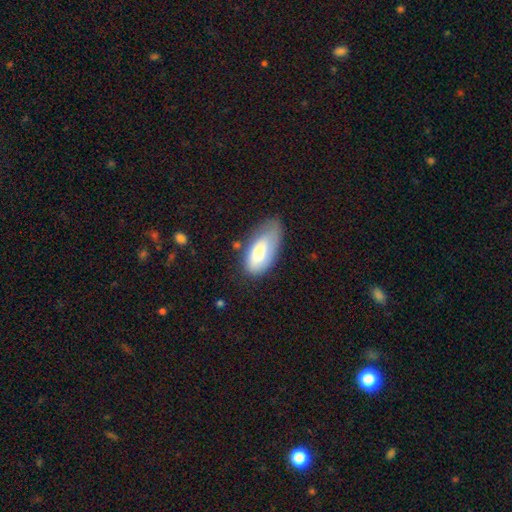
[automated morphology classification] A smooth galaxy with no disk features (74%) that is in between round and cigar-shaped (90%). Merging: none (44%).